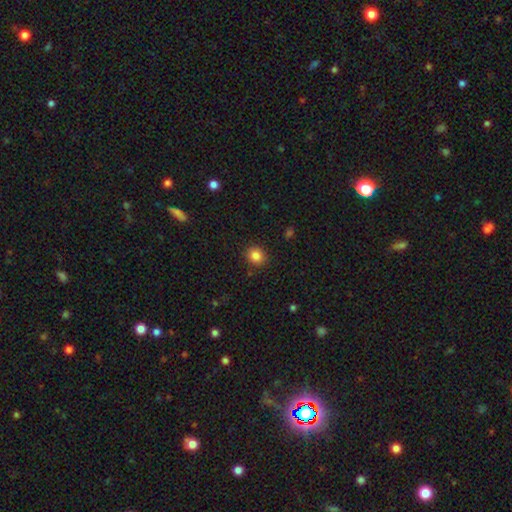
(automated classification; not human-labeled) Smooth or featured: smooth — 85% (star or artifact — 11%)
How rounded: round — 80% (in between — 19%)
Merging: none — 89% (minor disturbance — 7%)